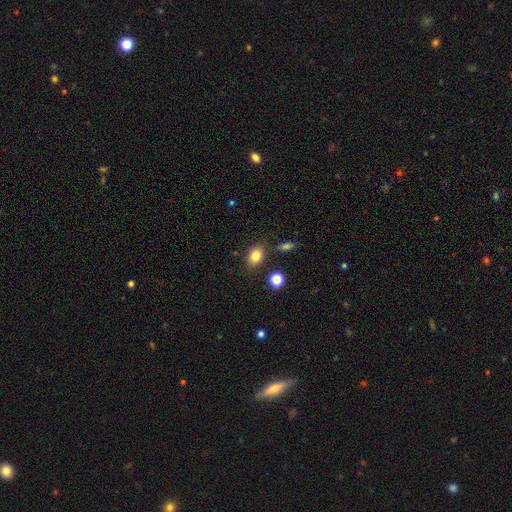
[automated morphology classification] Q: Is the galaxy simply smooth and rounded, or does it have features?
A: smooth — 83%.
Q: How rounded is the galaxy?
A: in between — 69%.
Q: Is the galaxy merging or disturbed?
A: none — 80%.